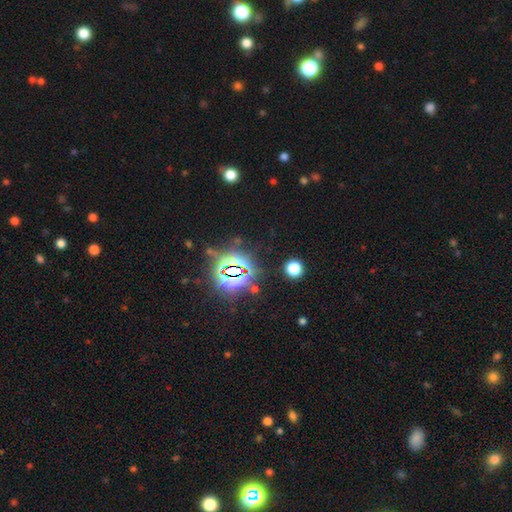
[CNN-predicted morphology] Smooth or featured? Predicted: star or artifact (p=0.82).